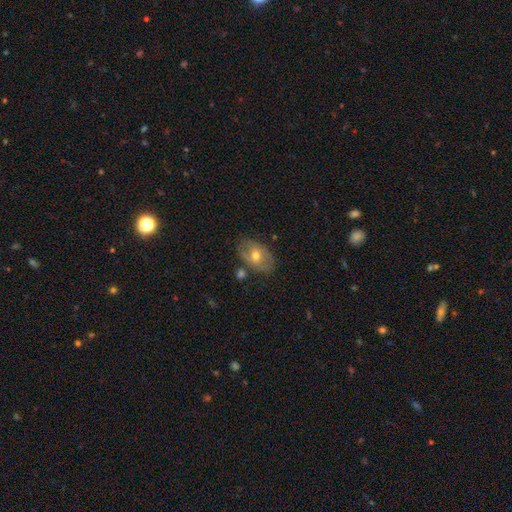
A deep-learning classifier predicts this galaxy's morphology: Smooth or featured? featured or disk (47%)
Merging? none (69%)